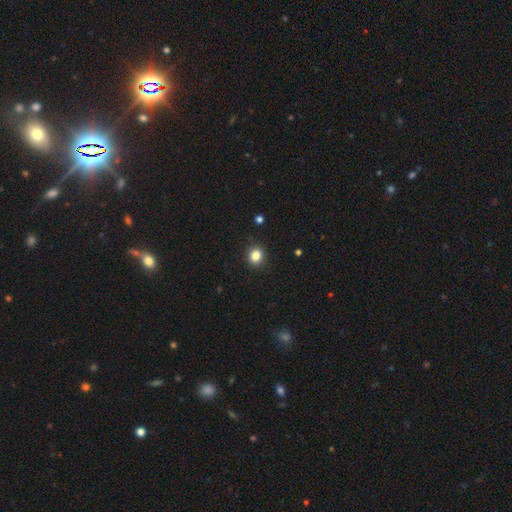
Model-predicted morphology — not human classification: Smooth or featured?
  - smooth: 84% *
  - star or artifact: 11%
  - featured or disk: 5%
How rounded?
  - round: 78% *
  - in between: 21%
  - cigar-shaped: 1%
Merging?
  - none: 91% *
  - minor disturbance: 7%
  - major disturbance: 2%
  - merger: 1%